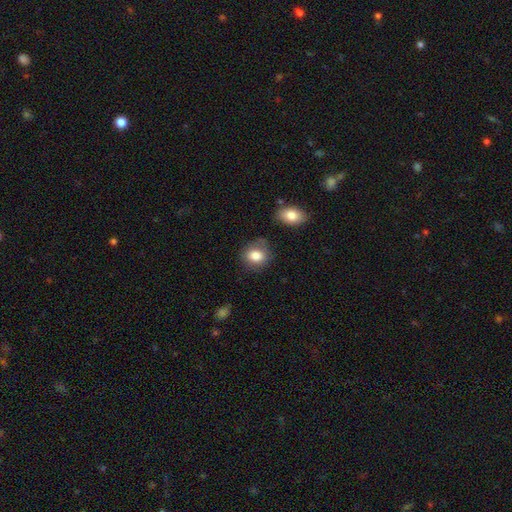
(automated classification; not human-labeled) smooth_or_featured: smooth (p=0.83) [alt: featured or disk p=0.08]
how_rounded: round (p=0.55) [alt: in between p=0.44]
merging: none (p=0.71) [alt: minor disturbance p=0.19]